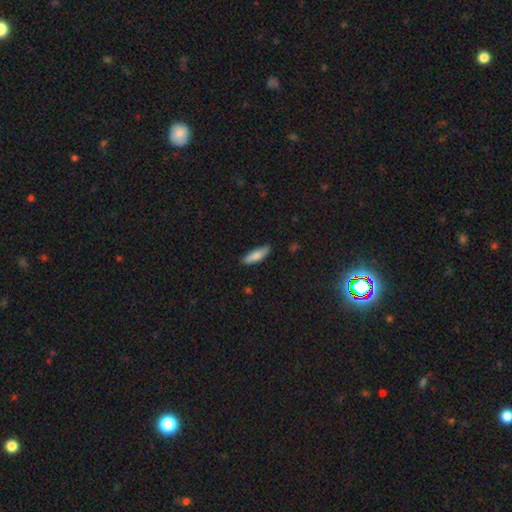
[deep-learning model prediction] Overall: smooth (80%). How rounded: cigar-shaped (59%; in between 40%). Merging: none (81%).